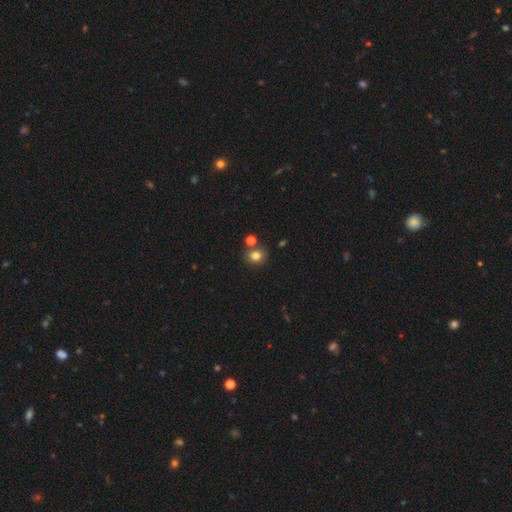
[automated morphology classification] smooth_or_featured: smooth (p=0.80) [alt: star or artifact p=0.13]
how_rounded: round (p=0.68) [alt: in between p=0.31]
merging: none (p=0.75) [alt: merger p=0.12]